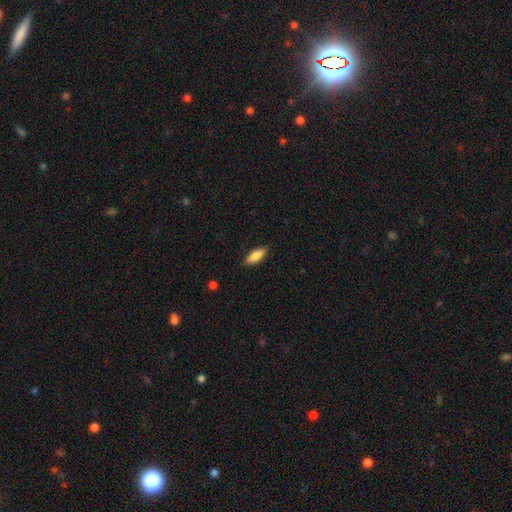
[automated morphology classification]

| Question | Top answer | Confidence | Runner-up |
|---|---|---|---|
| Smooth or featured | smooth | 82% | featured or disk (12%) |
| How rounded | in between | 64% | cigar-shaped (34%) |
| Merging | none | 87% | minor disturbance (10%) |